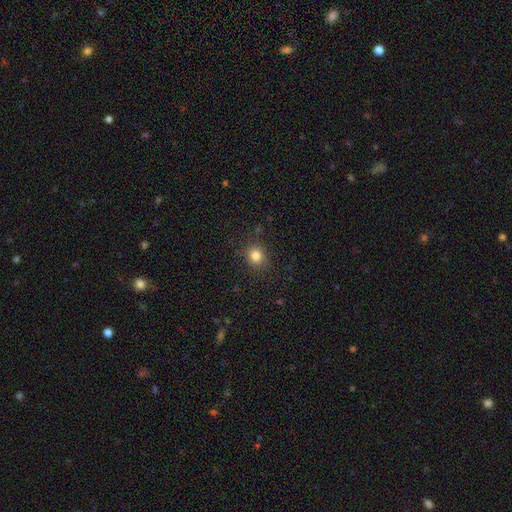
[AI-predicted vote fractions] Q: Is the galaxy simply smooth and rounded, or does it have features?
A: smooth — 82%.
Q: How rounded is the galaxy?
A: round — 84%.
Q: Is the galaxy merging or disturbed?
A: none — 87%.